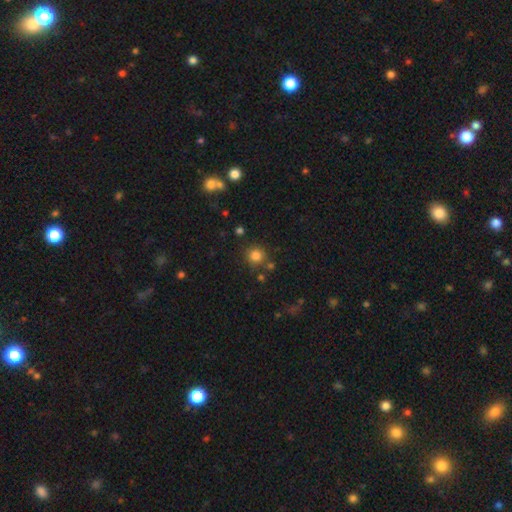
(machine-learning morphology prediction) Smooth or featured? Predicted: smooth (p=0.81). How rounded? Predicted: round (p=0.93). Merging? Predicted: none (p=0.81).